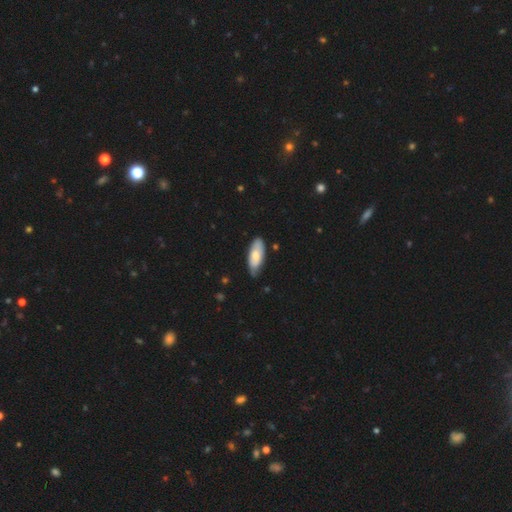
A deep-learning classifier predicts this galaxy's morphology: type=smooth (68%); roundness=in between (81%); merging=none (70%).